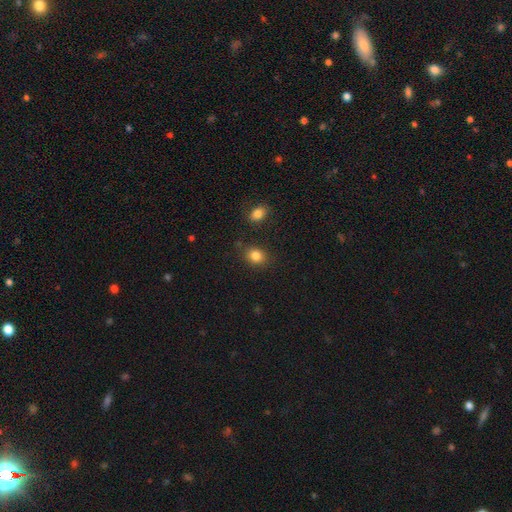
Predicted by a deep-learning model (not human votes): Q: Smooth or featured?
A: smooth (84%); runner-up: star or artifact (10%)
Q: How rounded?
A: round (51%); runner-up: in between (48%)
Q: Merging?
A: none (79%); runner-up: minor disturbance (13%)